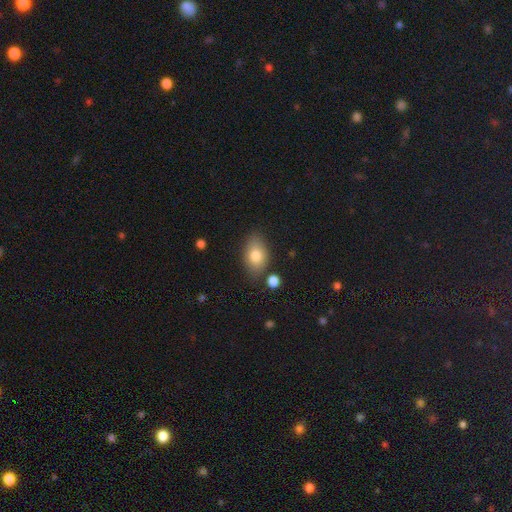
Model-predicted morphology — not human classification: smooth_or_featured: smooth (p=0.79) [alt: featured or disk p=0.13]
how_rounded: in between (p=0.86) [alt: round p=0.12]
merging: none (p=0.77) [alt: minor disturbance p=0.15]